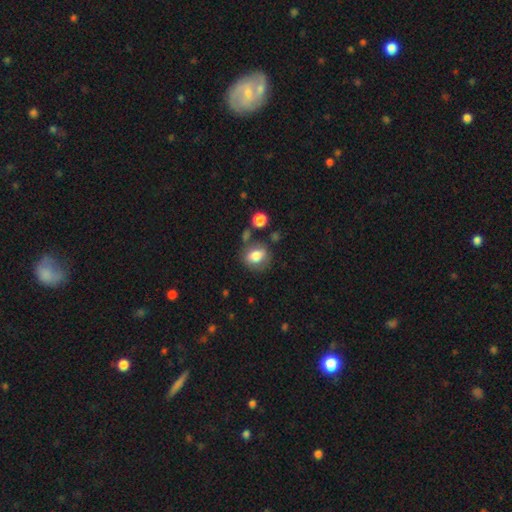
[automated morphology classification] type=smooth (78%); roundness=round (51%); merging=none (68%).